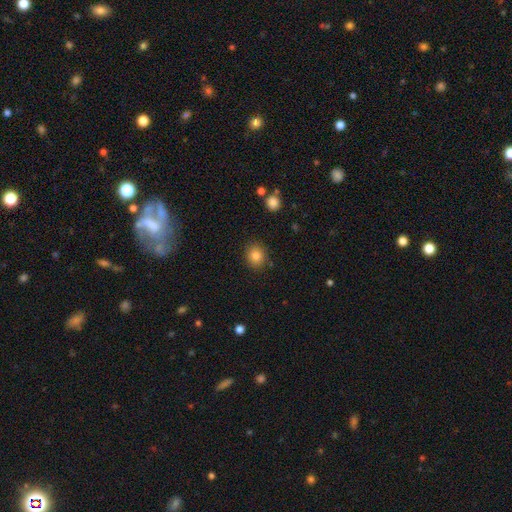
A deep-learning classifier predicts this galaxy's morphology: The model was most divided on "how rounded": round: 77%, in between: 22%, cigar-shaped: 1%. More confident: merging — none (88%); smooth or featured — smooth (82%).